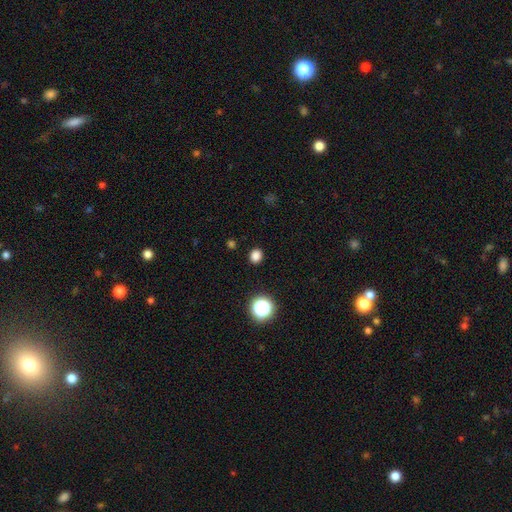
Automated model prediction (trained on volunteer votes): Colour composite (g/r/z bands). It shows a smooth galaxy with no disk features (80%) that is round (75%). Merging: none (90%).